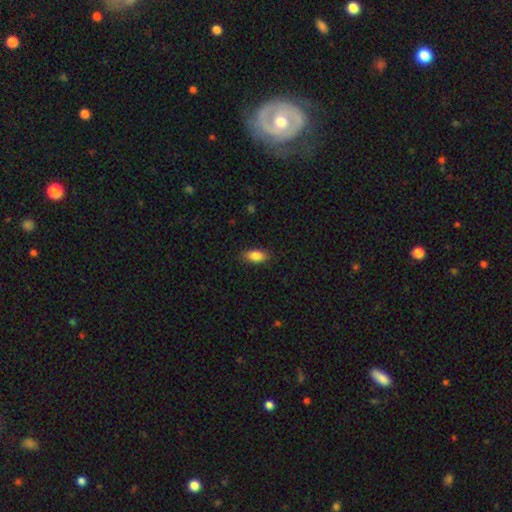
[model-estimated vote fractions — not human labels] Smooth or featured?
  - smooth: 85% *
  - star or artifact: 7%
  - featured or disk: 7%
How rounded?
  - in between: 88% *
  - cigar-shaped: 8%
  - round: 5%
Merging?
  - none: 85% *
  - minor disturbance: 11%
  - major disturbance: 2%
  - merger: 1%